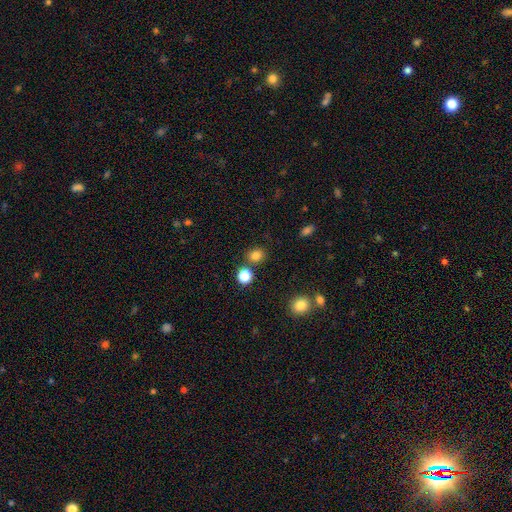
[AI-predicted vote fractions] A smooth galaxy with no disk features (81%) that is round (75%). Merging: none (80%).